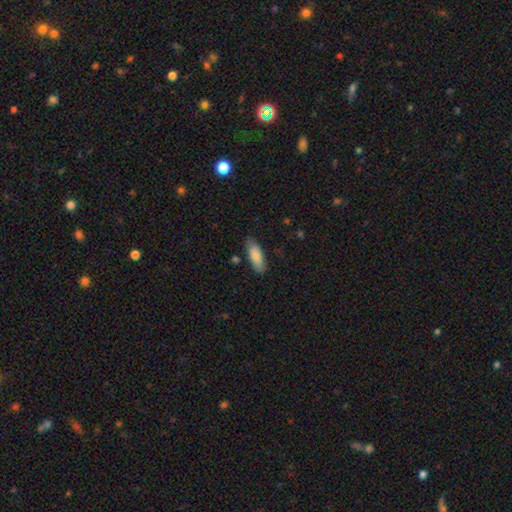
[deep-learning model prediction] A smooth galaxy with no disk features (86%) that is in between round and cigar-shaped (68%). Merging: none (80%).